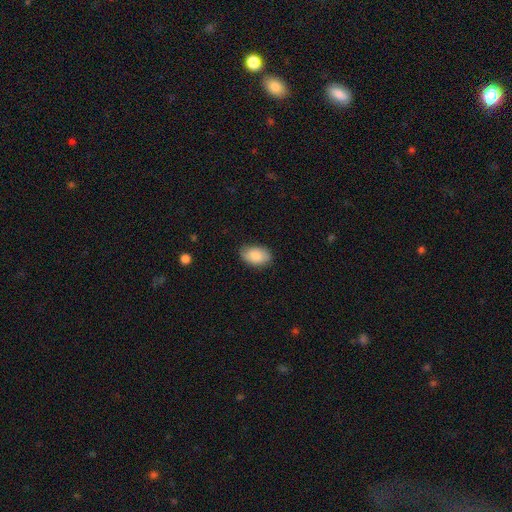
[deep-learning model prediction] Overall: smooth (86%). How rounded: in between (92%). Merging: none (81%).